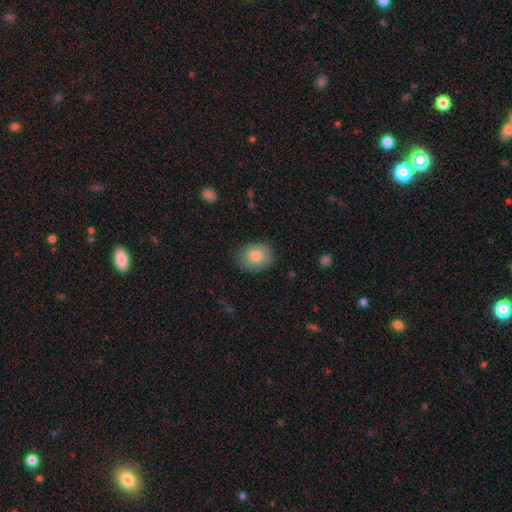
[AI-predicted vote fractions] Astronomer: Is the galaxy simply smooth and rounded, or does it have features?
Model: smooth — 80%.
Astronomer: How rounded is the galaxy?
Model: round — 53% (runner-up: in between, 46%).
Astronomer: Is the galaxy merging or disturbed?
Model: none — 82%.